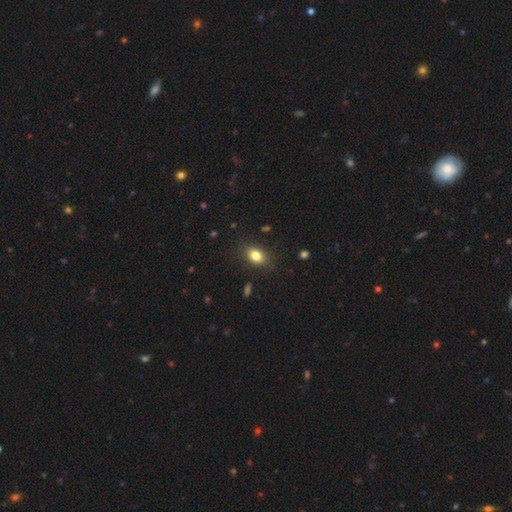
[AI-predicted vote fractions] Overall: smooth (82%). How rounded: in between (75%). Merging: none (85%).